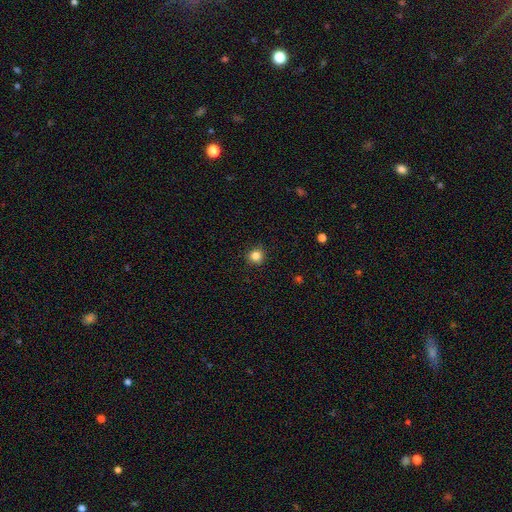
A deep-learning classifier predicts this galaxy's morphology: Smooth or featured: smooth — 84% (star or artifact — 12%)
How rounded: round — 93% (in between — 6%)
Merging: none — 90% (minor disturbance — 7%)